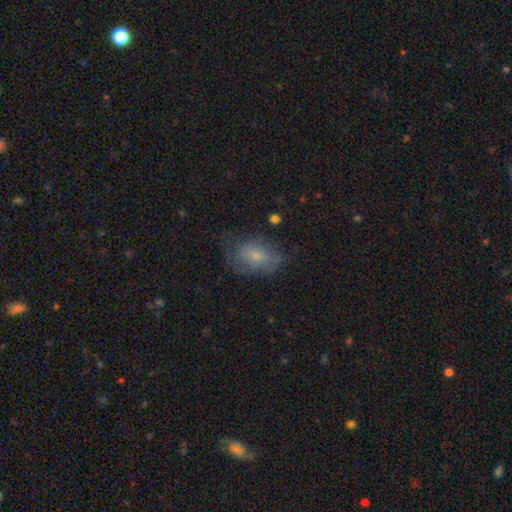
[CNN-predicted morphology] smooth-or-featured: smooth: 59% | featured or disk: 32% | star or artifact: 9%
  how-rounded: in between: 84% | round: 14% | cigar-shaped: 2%
  merging: none: 51% | minor disturbance: 29% | major disturbance: 19% | merger: 2%